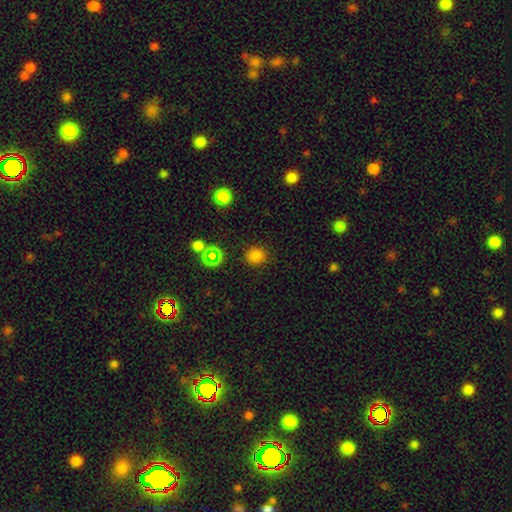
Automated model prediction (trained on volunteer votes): Smooth or featured?
  - smooth: 76% *
  - star or artifact: 20%
  - featured or disk: 5%
How rounded?
  - round: 82% *
  - in between: 17%
  - cigar-shaped: 1%
Merging?
  - none: 86% *
  - minor disturbance: 9%
  - major disturbance: 3%
  - merger: 2%